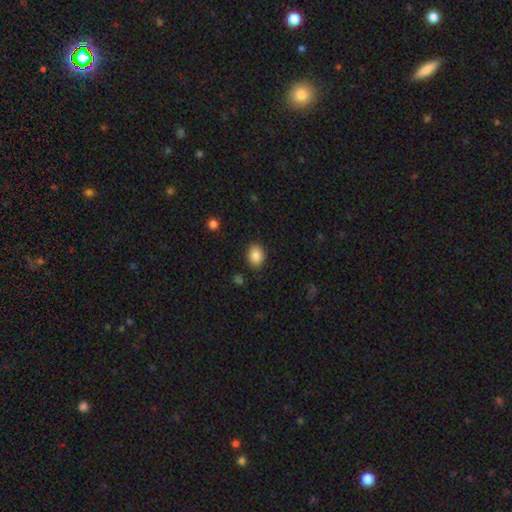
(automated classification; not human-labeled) Overall: smooth (87%). How rounded: in between (53%; round 46%). Merging: none (86%).